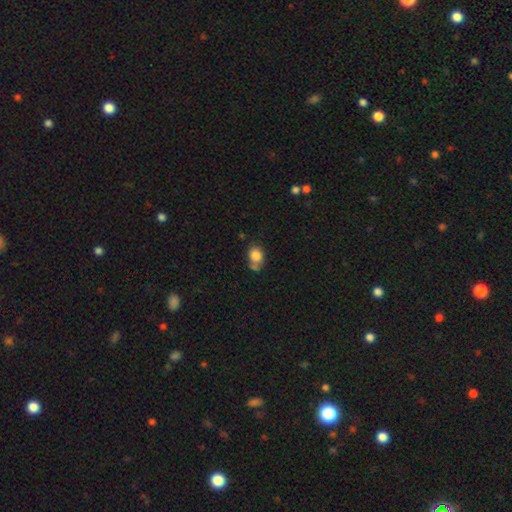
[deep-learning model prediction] Overall: smooth (82%). How rounded: in between (50%; round 49%). Merging: none (50%; merger 22%).